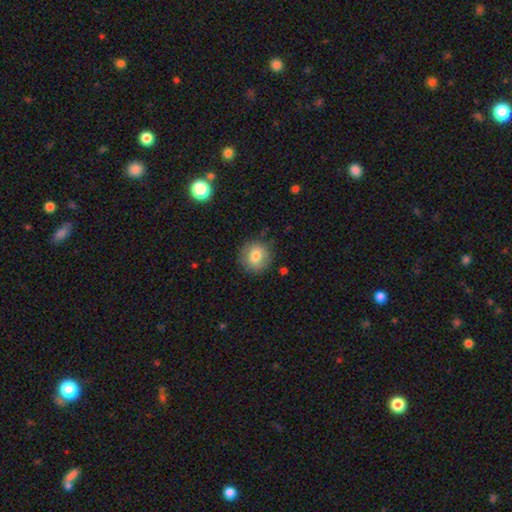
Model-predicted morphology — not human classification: type=smooth (79%); roundness=round (88%); merging=none (82%).